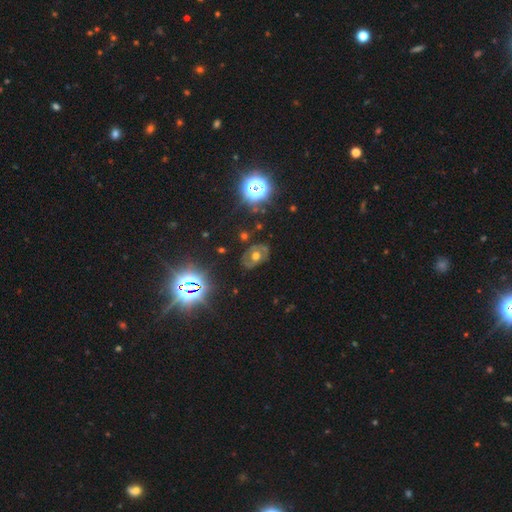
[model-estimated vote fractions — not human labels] Overall: featured or disk (48%; smooth 30%). Merging: none (74%).